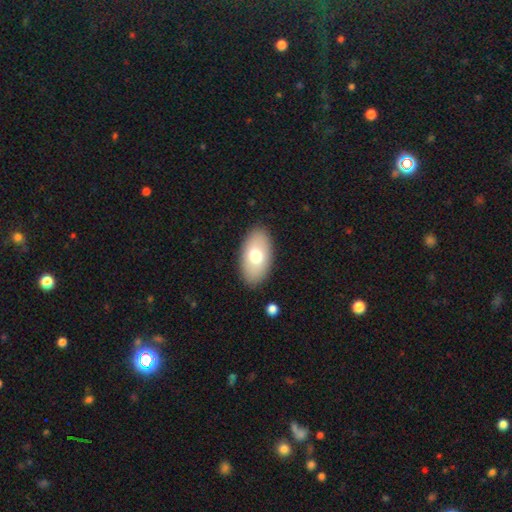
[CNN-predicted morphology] Q: Smooth or featured?
A: smooth (70%); runner-up: featured or disk (23%)
Q: How rounded?
A: in between (94%); runner-up: round (4%)
Q: Merging?
A: none (87%); runner-up: minor disturbance (9%)